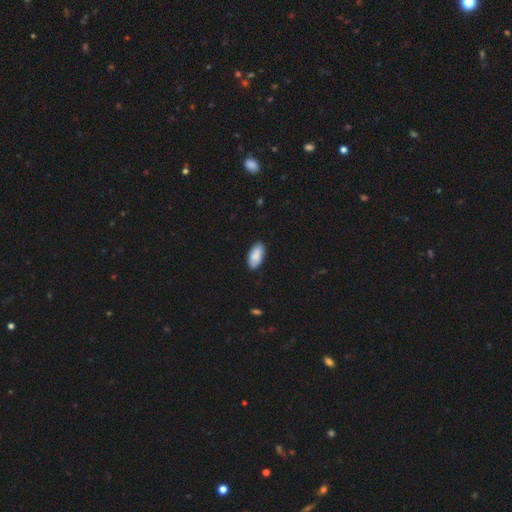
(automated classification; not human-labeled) Q: Smooth or featured?
A: smooth (86%); runner-up: featured or disk (9%)
Q: How rounded?
A: in between (94%); runner-up: cigar-shaped (4%)
Q: Merging?
A: none (85%); runner-up: minor disturbance (12%)